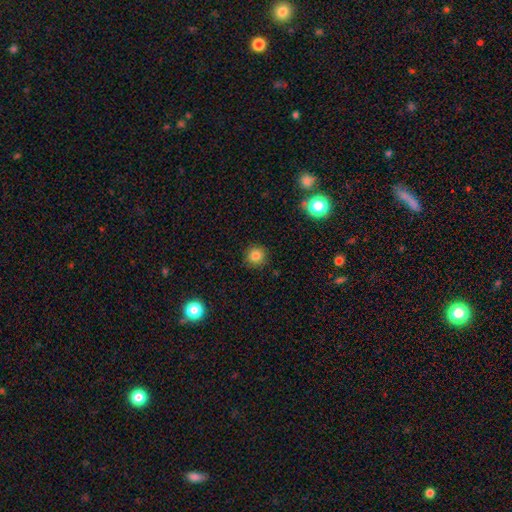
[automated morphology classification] Overall: smooth (82%). How rounded: round (93%). Merging: none (90%).